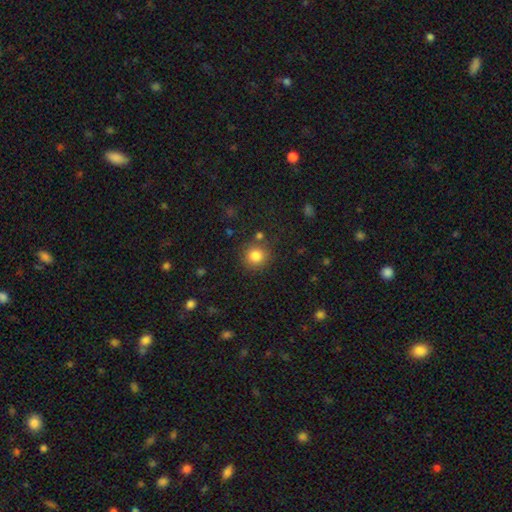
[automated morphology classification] Smooth or featured?
  - smooth: 83% *
  - star or artifact: 12%
  - featured or disk: 5%
How rounded?
  - round: 92% *
  - in between: 7%
  - cigar-shaped: 1%
Merging?
  - none: 82% *
  - minor disturbance: 9%
  - merger: 6%
  - major disturbance: 3%